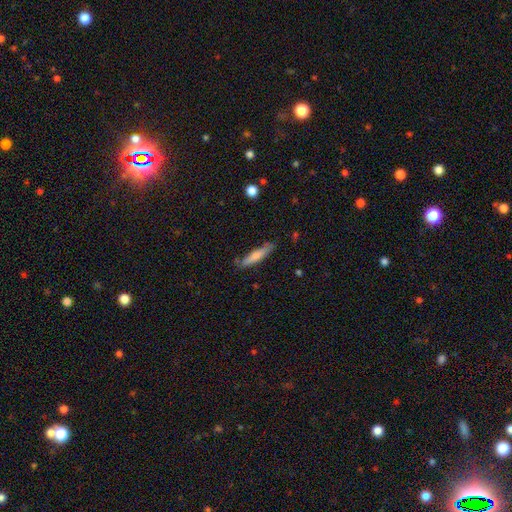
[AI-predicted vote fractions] A smooth galaxy with no disk features (68%) that is cigar-shaped (87%).

Vote fractions:
- Smooth or featured? smooth: 68% / featured or disk: 26% / star or artifact: 6%
- How rounded? cigar-shaped: 87% / in between: 12% / round: 1%
- Merging? none: 79% / minor disturbance: 16% / major disturbance: 3% / merger: 2%